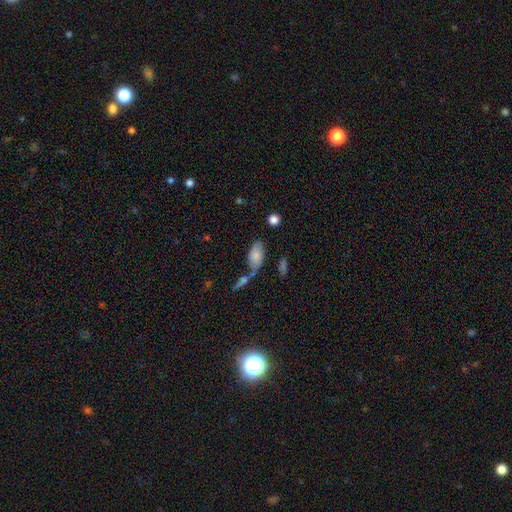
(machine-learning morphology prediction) Smooth or featured? Predicted: smooth (p=0.78). How rounded? Predicted: in between (p=0.91). Merging? Predicted: none (p=0.60).